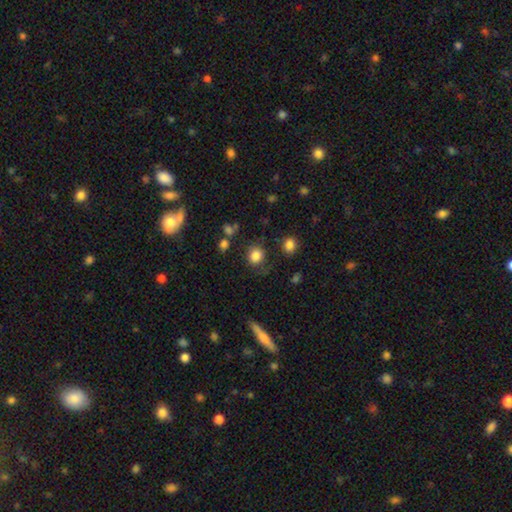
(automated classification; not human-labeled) Morphology: type=smooth (84%); roundness=round (79%); merging=none (77%).